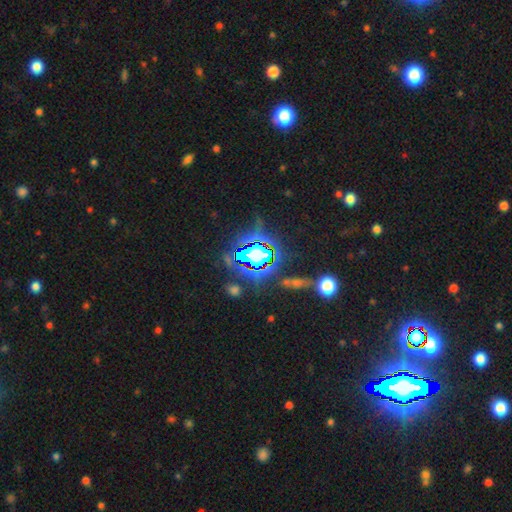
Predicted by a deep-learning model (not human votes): Smooth or featured? Predicted: star or artifact (p=0.79).